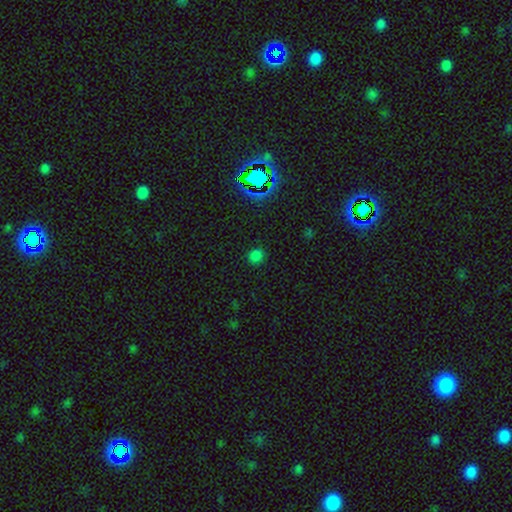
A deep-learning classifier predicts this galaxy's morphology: Q: Smooth or featured?
A: smooth (73%); runner-up: star or artifact (23%)
Q: How rounded?
A: round (85%); runner-up: in between (14%)
Q: Merging?
A: none (88%); runner-up: minor disturbance (8%)